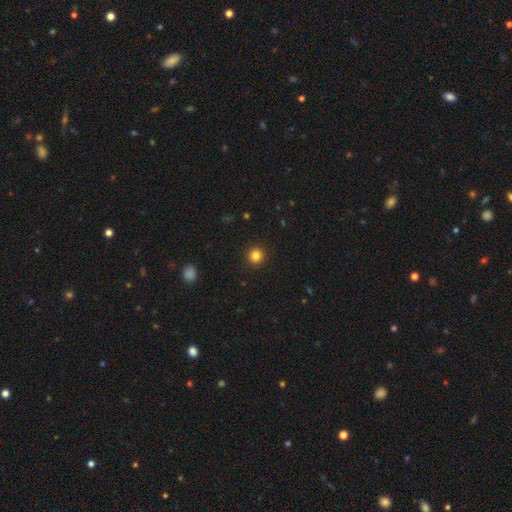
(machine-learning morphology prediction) smooth 84%, star or artifact 12%, featured or disk 4%. Down the decision tree: how rounded — round (94%); merging — none (92%).